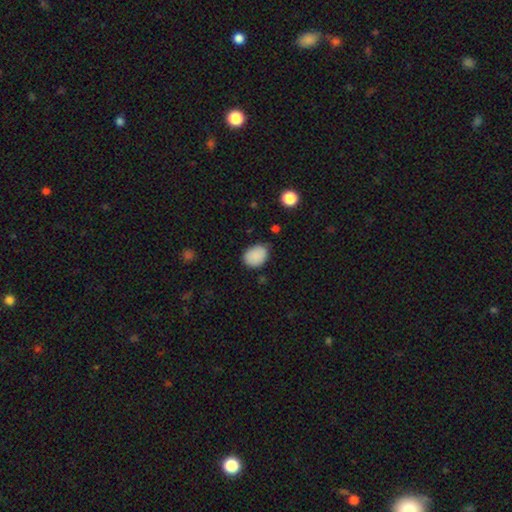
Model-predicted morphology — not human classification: type=smooth (88%); roundness=in between (61%); merging=none (71%).